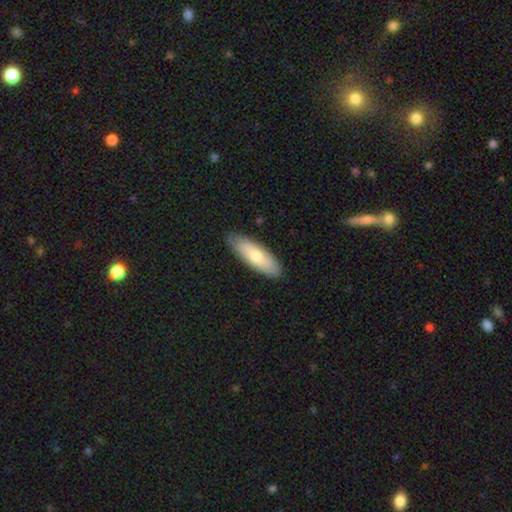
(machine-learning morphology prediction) The model was most divided on "how rounded": in between: 57%, cigar-shaped: 41%, round: 2%. More confident: merging — none (87%); smooth or featured — smooth (71%).